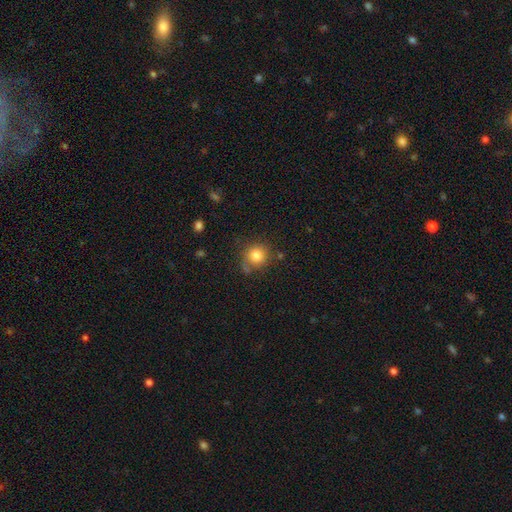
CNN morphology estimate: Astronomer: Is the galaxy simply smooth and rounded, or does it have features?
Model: smooth — 82%.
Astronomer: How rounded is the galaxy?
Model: round — 89%.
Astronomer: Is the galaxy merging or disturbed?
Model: none — 73%.